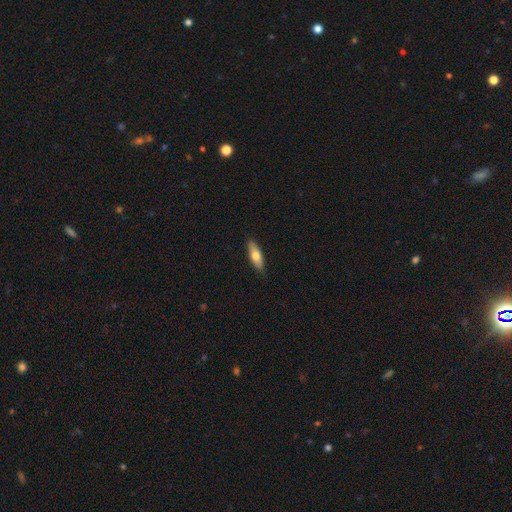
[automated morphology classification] smooth 67%, featured or disk 27%, star or artifact 6%. Down the decision tree: how rounded — in between (57%); merging — none (89%).